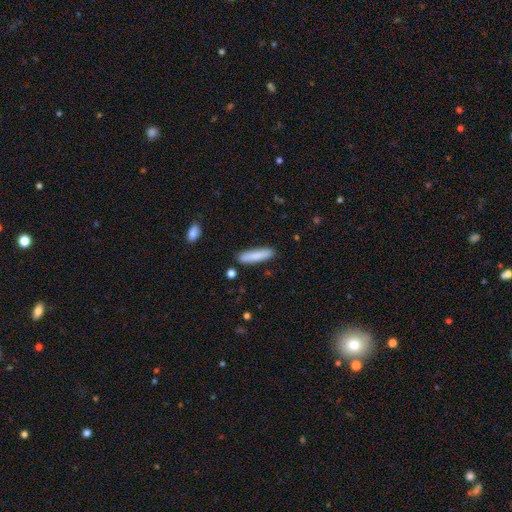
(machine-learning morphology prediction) This is clearly a smooth galaxy (85%). How rounded: clearly cigar-shaped (83%). Merging: clearly none (85%).